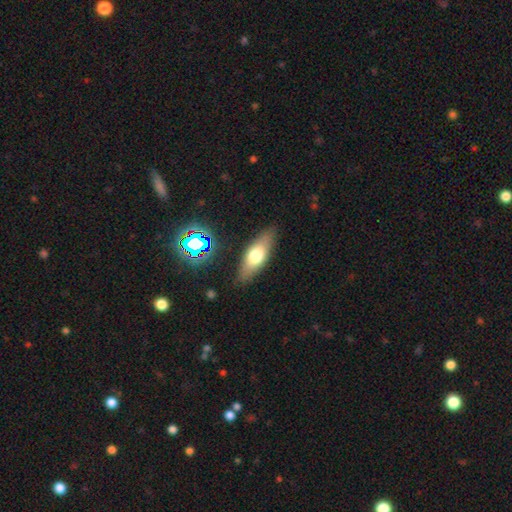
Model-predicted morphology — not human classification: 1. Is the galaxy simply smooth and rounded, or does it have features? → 61% smooth, 30% featured or disk, 10% star or artifact.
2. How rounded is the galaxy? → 66% in between, 31% cigar-shaped, 3% round.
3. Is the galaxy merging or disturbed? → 85% none, 11% minor disturbance, 3% major disturbance, 2% merger.